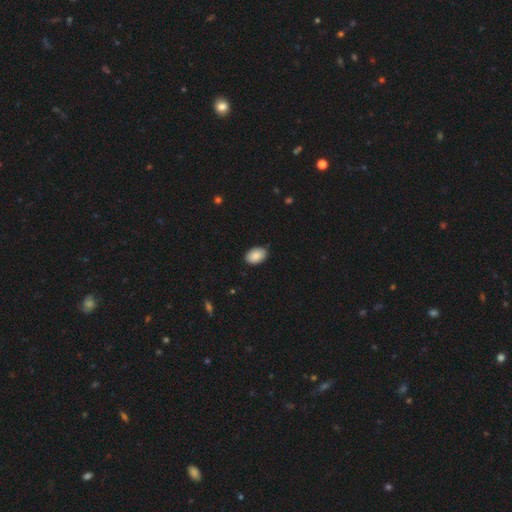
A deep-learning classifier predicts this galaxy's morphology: A smooth galaxy with no disk features (88%) that is in between round and cigar-shaped (88%).

Vote fractions:
- Smooth or featured? smooth: 88% / star or artifact: 7% / featured or disk: 5%
- How rounded? in between: 88% / round: 11% / cigar-shaped: 1%
- Merging? none: 84% / minor disturbance: 13% / major disturbance: 2% / merger: 1%